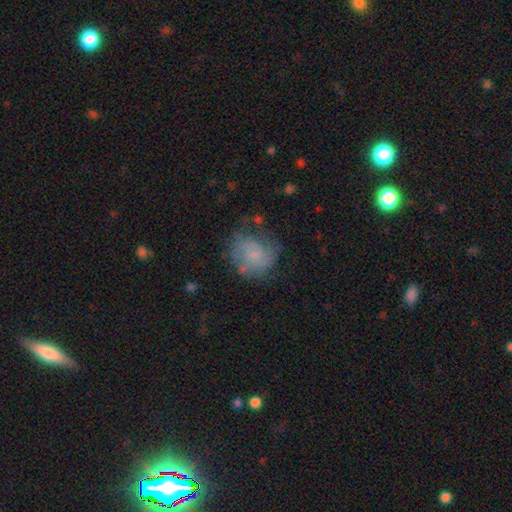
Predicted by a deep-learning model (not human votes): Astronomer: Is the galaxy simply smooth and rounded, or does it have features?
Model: featured or disk — 47% (runner-up: smooth, 44%).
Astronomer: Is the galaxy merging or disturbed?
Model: none — 56%.